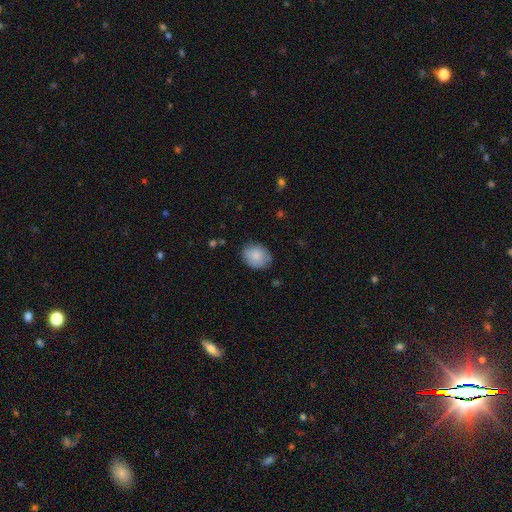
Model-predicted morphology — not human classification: smooth_or_featured: smooth (p=0.81) [alt: featured or disk p=0.12]
how_rounded: in between (p=0.55) [alt: round p=0.44]
merging: none (p=0.77) [alt: minor disturbance p=0.18]